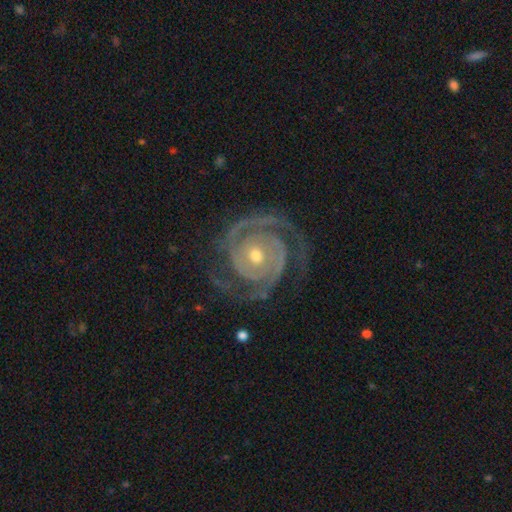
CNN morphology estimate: This is clearly a featured or disk galaxy (94%). It is clearly not viewed edge-on (98%). Bar: likely no (73%). Spiral arm pattern: clearly yes (99%). Spiral arm count: likely 2 (77%). Spiral winding: likely tight (75%). Central bulge: possibly moderate (54%). Merging: likely none (79%).